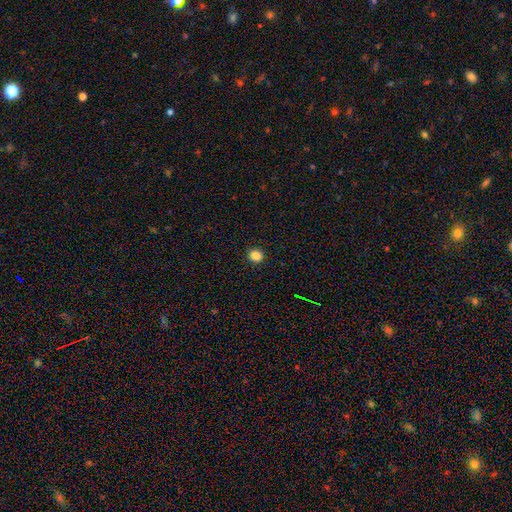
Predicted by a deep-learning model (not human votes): A smooth galaxy with no disk features (85%) that is round (77%).

Vote fractions:
- Smooth or featured? smooth: 85% / star or artifact: 12% / featured or disk: 4%
- How rounded? round: 77% / in between: 22% / cigar-shaped: 1%
- Merging? none: 91% / minor disturbance: 6% / major disturbance: 2% / merger: 1%